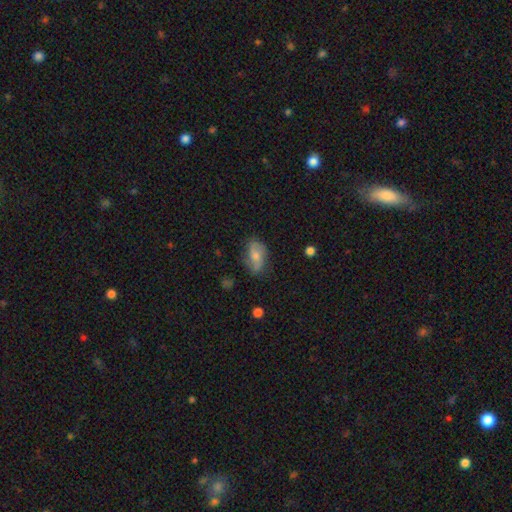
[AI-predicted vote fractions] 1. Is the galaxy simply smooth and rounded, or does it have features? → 51% smooth, 40% featured or disk, 9% star or artifact.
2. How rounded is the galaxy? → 87% in between, 8% round, 5% cigar-shaped.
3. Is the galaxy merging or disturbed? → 72% none, 21% minor disturbance, 5% major disturbance, 1% merger.